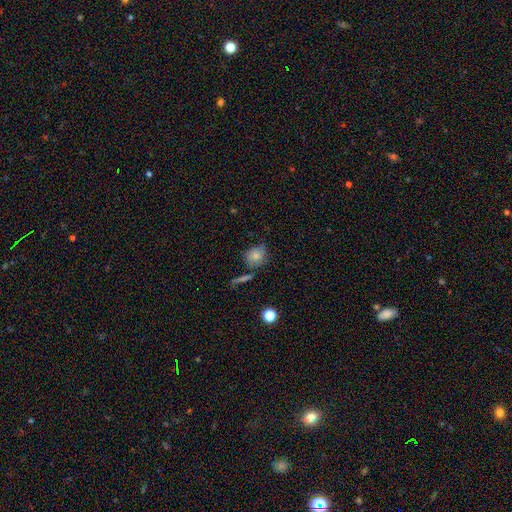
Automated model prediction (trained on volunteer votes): This appears to be a smooth galaxy with no disk features (70%) that is round (73%). Merging: none (62%).